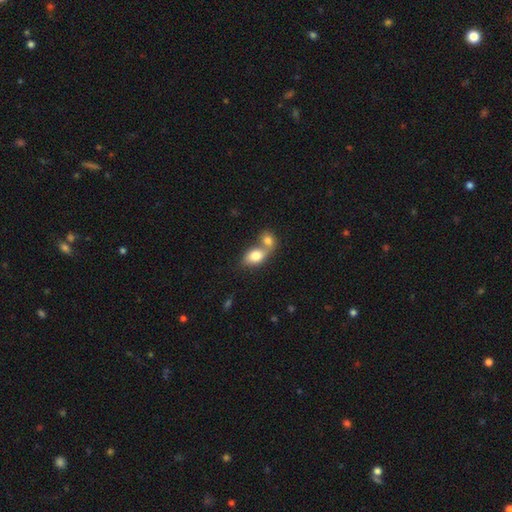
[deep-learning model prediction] A smooth galaxy with no disk features (79%) that is in between round and cigar-shaped (75%).

Vote fractions:
- Smooth or featured? smooth: 79% / featured or disk: 14% / star or artifact: 7%
- How rounded? in between: 75% / round: 22% / cigar-shaped: 2%
- Merging? merger: 71% / none: 20% / minor disturbance: 6% / major disturbance: 3%